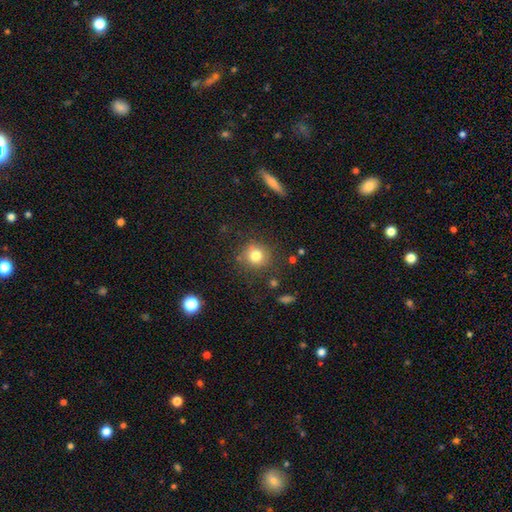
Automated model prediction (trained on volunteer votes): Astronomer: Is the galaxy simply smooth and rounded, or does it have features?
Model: smooth — 80%.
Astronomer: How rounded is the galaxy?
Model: round — 89%.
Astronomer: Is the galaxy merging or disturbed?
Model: none — 83%.